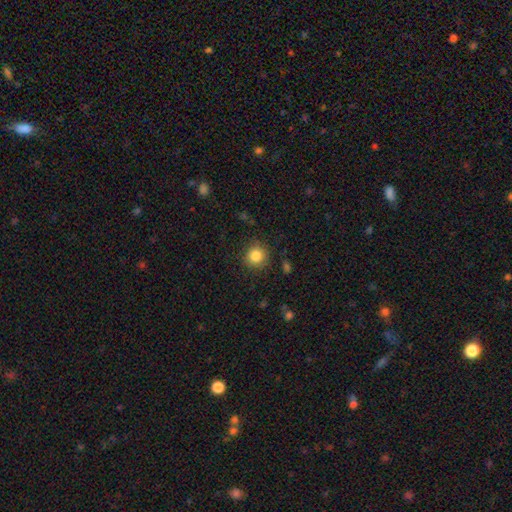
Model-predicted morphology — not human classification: A smooth galaxy with no disk features (84%) that is round (91%). Merging: none (87%).